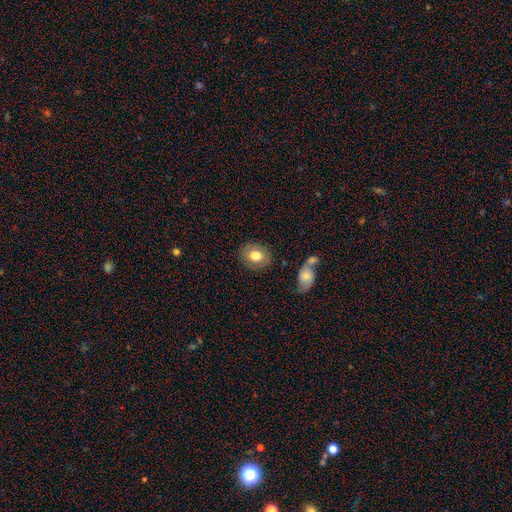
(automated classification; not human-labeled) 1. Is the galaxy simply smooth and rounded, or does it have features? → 75% smooth, 18% featured or disk, 8% star or artifact.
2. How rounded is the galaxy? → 55% round, 44% in between, 1% cigar-shaped.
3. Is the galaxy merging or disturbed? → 83% none, 11% minor disturbance, 3% major disturbance, 3% merger.